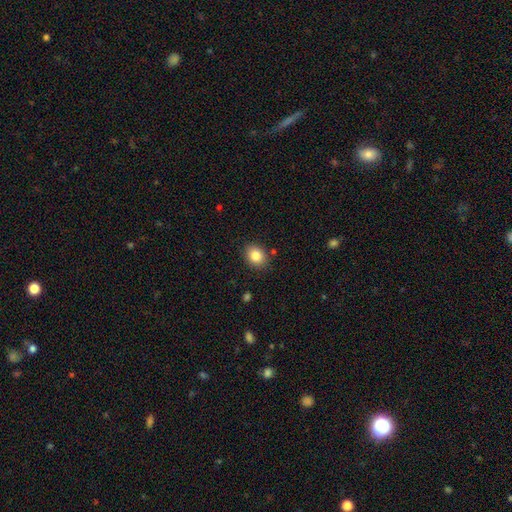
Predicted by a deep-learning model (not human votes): Smooth or featured?
  - smooth: 84% *
  - star or artifact: 9%
  - featured or disk: 7%
How rounded?
  - in between: 50% *
  - round: 49%
  - cigar-shaped: 1%
Merging?
  - none: 85% *
  - minor disturbance: 10%
  - major disturbance: 3%
  - merger: 2%